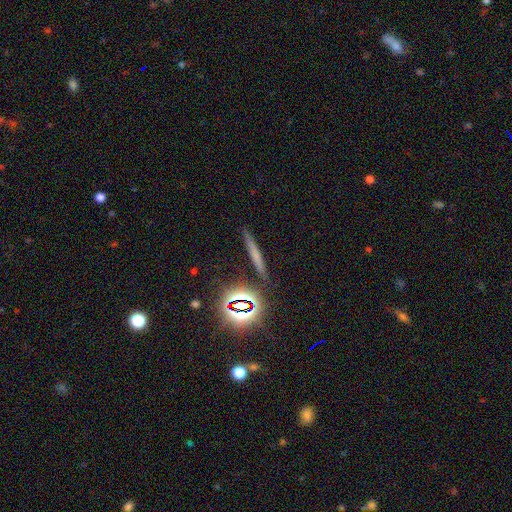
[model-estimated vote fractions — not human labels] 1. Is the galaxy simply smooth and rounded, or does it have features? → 51% smooth, 27% featured or disk, 22% star or artifact.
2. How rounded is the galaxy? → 90% cigar-shaped, 5% round, 5% in between.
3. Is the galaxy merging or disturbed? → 86% none, 8% minor disturbance, 3% merger, 2% major disturbance.